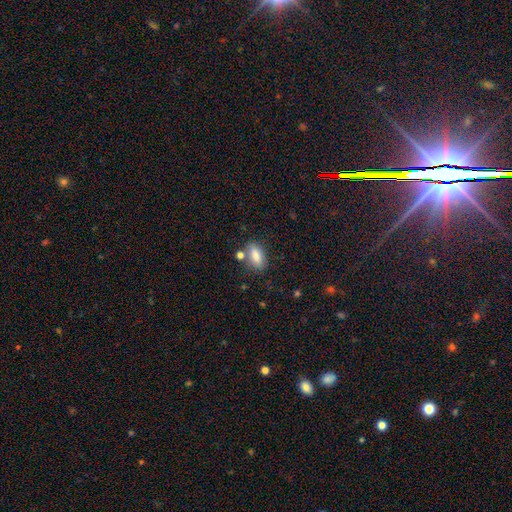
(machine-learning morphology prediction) Smooth or featured? smooth (80%)
How rounded? in between (82%)
Merging? none (70%)